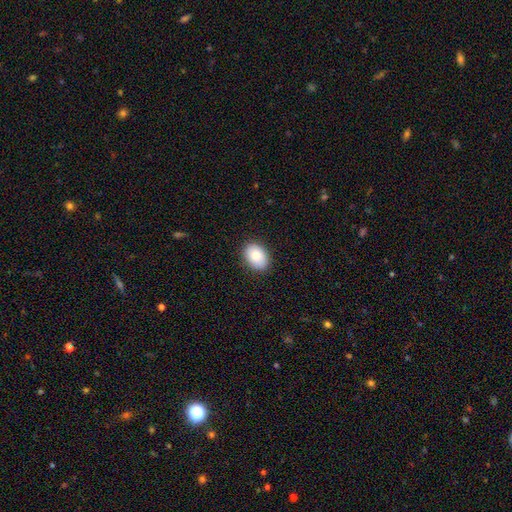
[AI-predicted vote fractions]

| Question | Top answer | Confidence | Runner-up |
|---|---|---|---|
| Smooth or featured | smooth | 82% | featured or disk (11%) |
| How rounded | in between | 78% | round (21%) |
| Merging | none | 88% | minor disturbance (9%) |